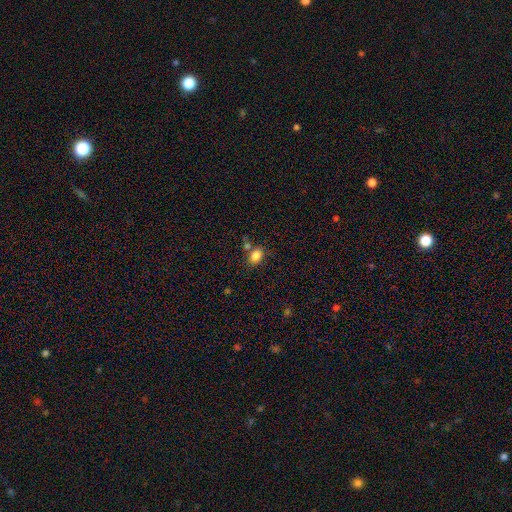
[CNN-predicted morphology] smooth 84%, star or artifact 10%, featured or disk 5%. Down the decision tree: how rounded — in between (72%); merging — none (67%).